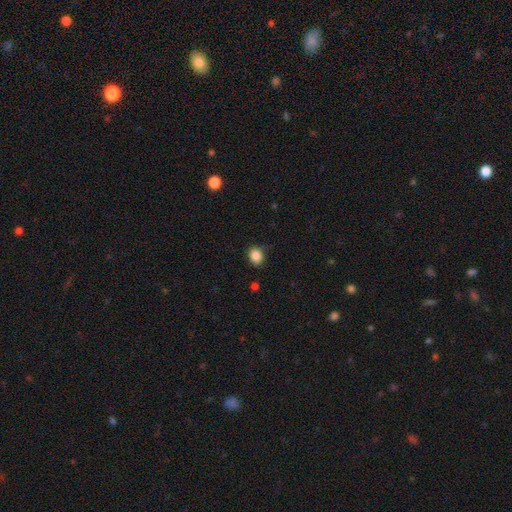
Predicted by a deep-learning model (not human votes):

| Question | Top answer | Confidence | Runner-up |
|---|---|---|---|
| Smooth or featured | smooth | 86% | star or artifact (10%) |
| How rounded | round | 57% | in between (42%) |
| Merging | none | 80% | minor disturbance (16%) |